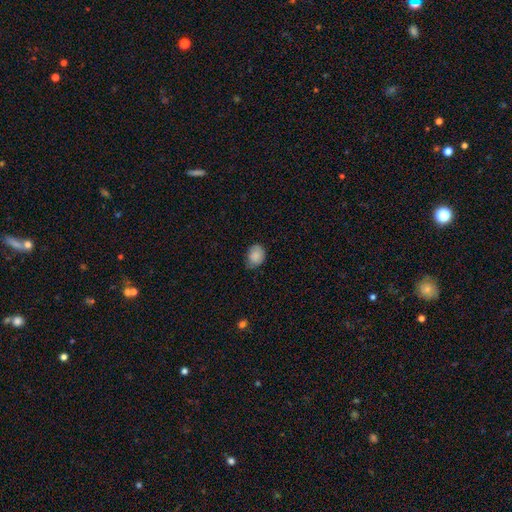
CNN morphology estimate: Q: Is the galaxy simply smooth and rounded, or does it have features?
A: smooth — 86%.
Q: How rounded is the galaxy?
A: in between — 53%.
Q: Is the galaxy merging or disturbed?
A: none — 69%.